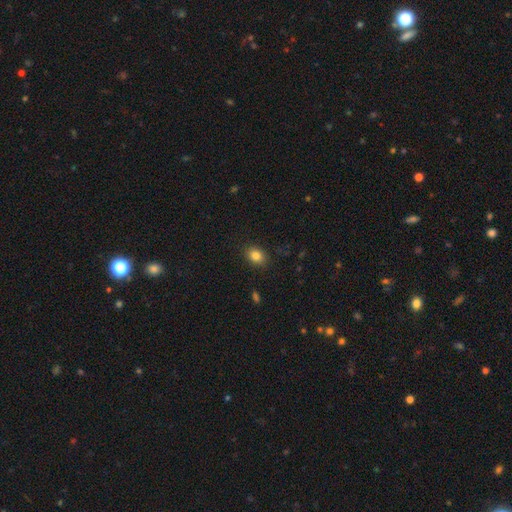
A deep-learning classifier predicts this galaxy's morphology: Smooth or featured? Predicted: smooth (p=0.84). How rounded? Predicted: in between (p=0.56). Merging? Predicted: none (p=0.88).